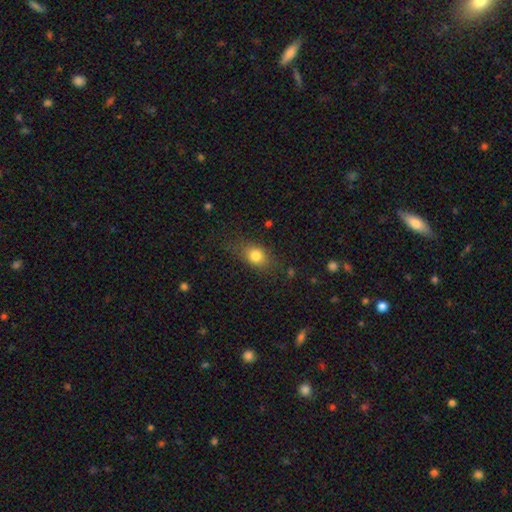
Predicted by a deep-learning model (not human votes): A smooth galaxy with no disk features (80%) that is in between round and cigar-shaped (60%).

Vote fractions:
- Smooth or featured? smooth: 80% / star or artifact: 10% / featured or disk: 10%
- How rounded? in between: 60% / round: 36% / cigar-shaped: 4%
- Merging? none: 73% / minor disturbance: 18% / major disturbance: 7% / merger: 2%